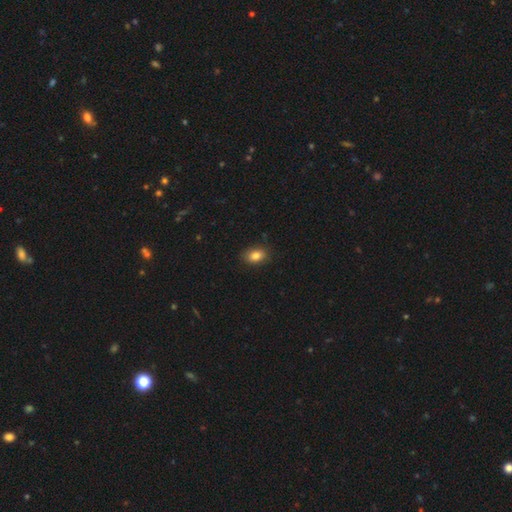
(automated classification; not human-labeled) A smooth galaxy with no disk features (85%) that is in between round and cigar-shaped (83%). Merging: none (87%).